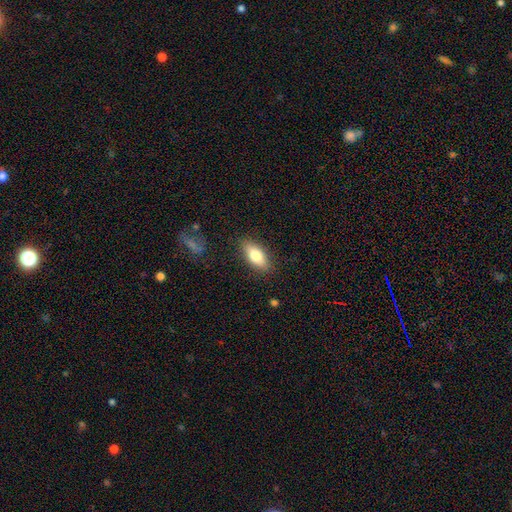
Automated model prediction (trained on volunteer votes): Smooth or featured? Predicted: smooth (p=0.79). How rounded? Predicted: in between (p=0.80). Merging? Predicted: none (p=0.85).